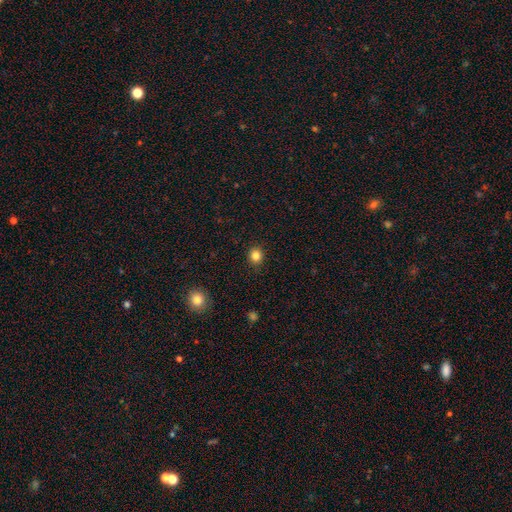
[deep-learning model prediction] Overall: smooth (83%). How rounded: round (84%). Merging: none (90%).